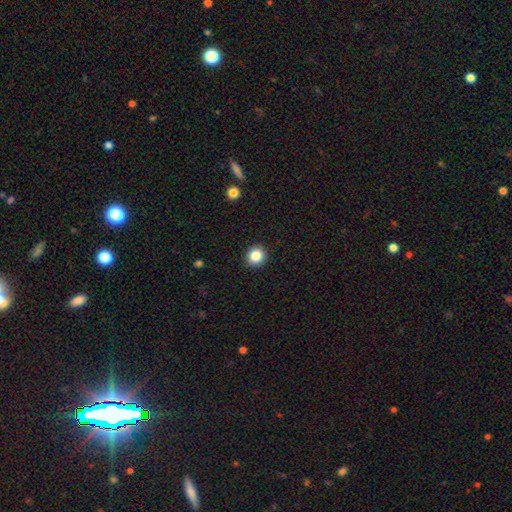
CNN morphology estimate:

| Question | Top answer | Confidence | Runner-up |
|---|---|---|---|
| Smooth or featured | smooth | 85% | star or artifact (11%) |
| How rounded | round | 89% | in between (10%) |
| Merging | none | 92% | minor disturbance (5%) |